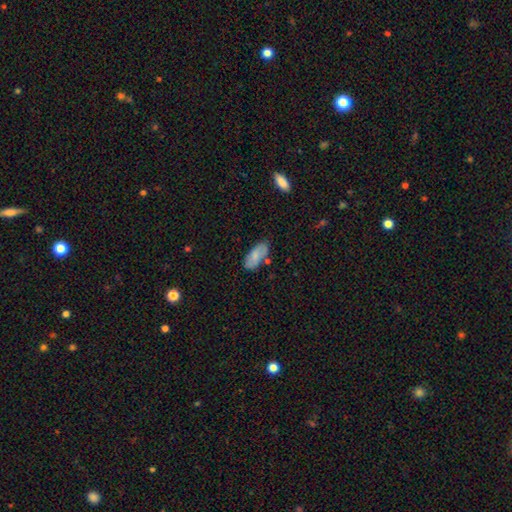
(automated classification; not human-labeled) A smooth galaxy with no disk features (78%) that is in between round and cigar-shaped (88%).

Vote fractions:
- Smooth or featured? smooth: 78% / featured or disk: 15% / star or artifact: 6%
- How rounded? in between: 88% / cigar-shaped: 10% / round: 2%
- Merging? none: 72% / minor disturbance: 18% / merger: 6% / major disturbance: 4%